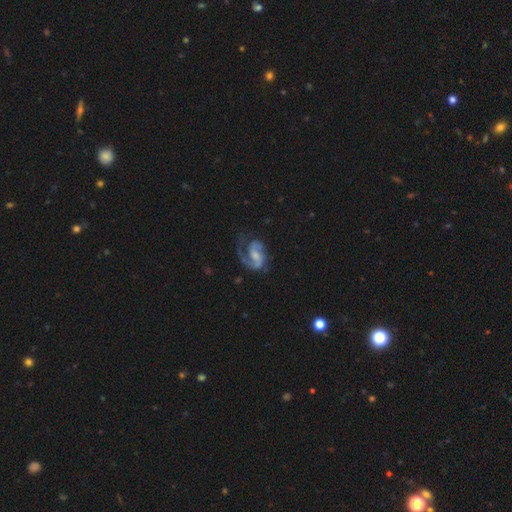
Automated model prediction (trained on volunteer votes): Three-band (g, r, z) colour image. It shows a featured or disk galaxy (86%) with a weak bar (45%), 2 (69%) medium (52%) spiral arms (97%) and a moderate central bulge (35%, tied with small). Merging: none (51%).